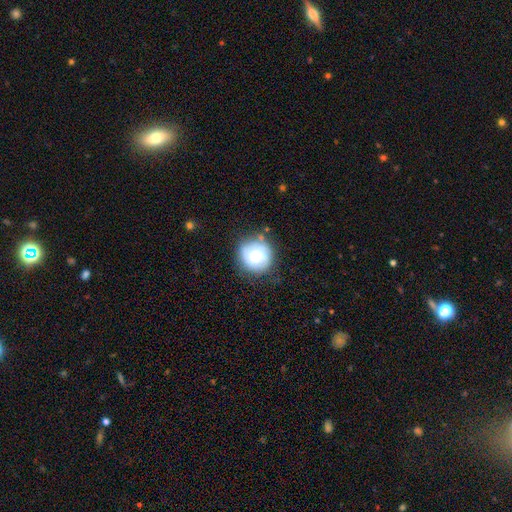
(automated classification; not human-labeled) A smooth galaxy with no disk features (75%) that is round (90%).

Vote fractions:
- Smooth or featured? smooth: 75% / featured or disk: 17% / star or artifact: 8%
- How rounded? round: 90% / in between: 9% / cigar-shaped: 1%
- Merging? none: 72% / minor disturbance: 19% / major disturbance: 6% / merger: 4%